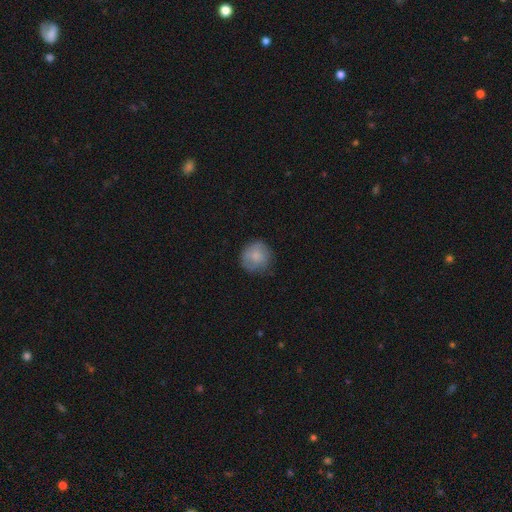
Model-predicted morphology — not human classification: Smooth or featured: smooth — 76% (featured or disk — 17%)
How rounded: round — 91% (in between — 8%)
Merging: none — 79% (minor disturbance — 16%)